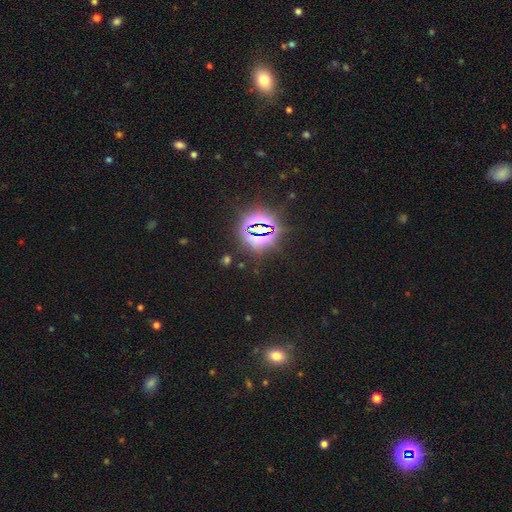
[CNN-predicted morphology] Smooth or featured? star or artifact (80%)